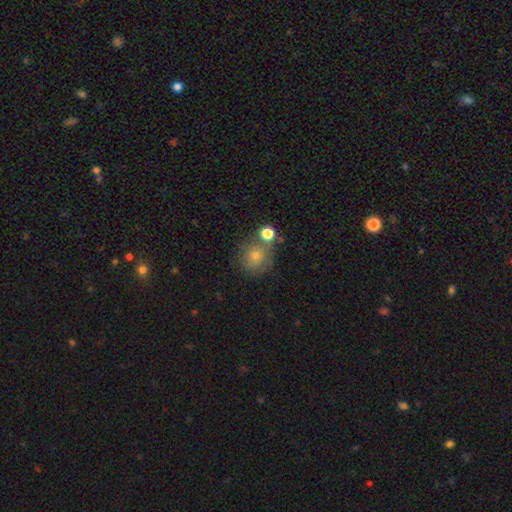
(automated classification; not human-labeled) The model was most divided on "merging": none: 66%, merger: 14%, minor disturbance: 14%, major disturbance: 5%. More confident: how rounded — round (86%); smooth or featured — smooth (69%).